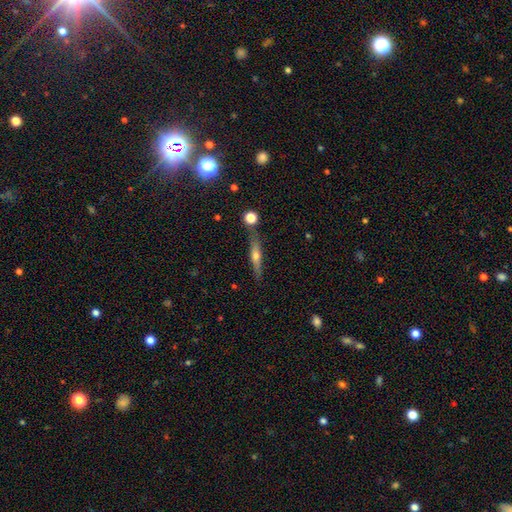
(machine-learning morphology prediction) smooth-or-featured: featured or disk: 59% | smooth: 32% | star or artifact: 9%
  disk-edge-on: yes: 94% | no: 6%
    edge-on-bulge: rounded: 84% | none: 11% | boxy: 5%
  merging: none: 80% | minor disturbance: 12% | merger: 5% | major disturbance: 3%